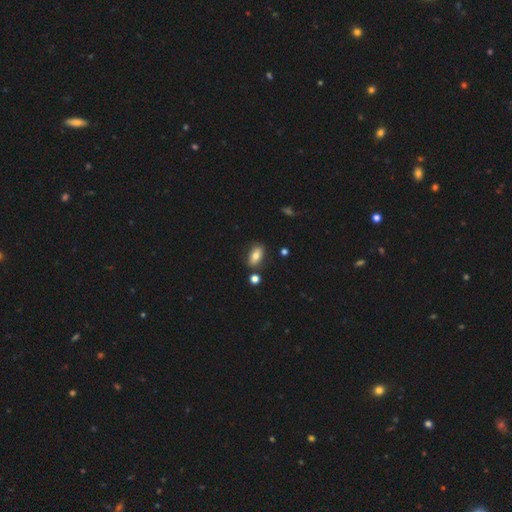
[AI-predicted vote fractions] Smooth or featured? smooth (76%)
How rounded? in between (87%)
Merging? none (78%)